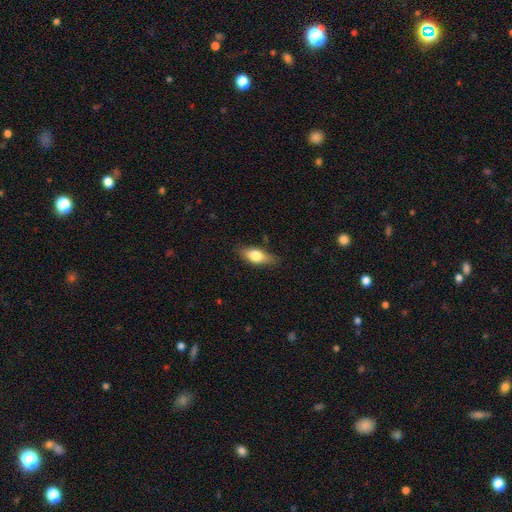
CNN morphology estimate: Smooth or featured? smooth (71%)
How rounded? in between (77%)
Merging? none (81%)